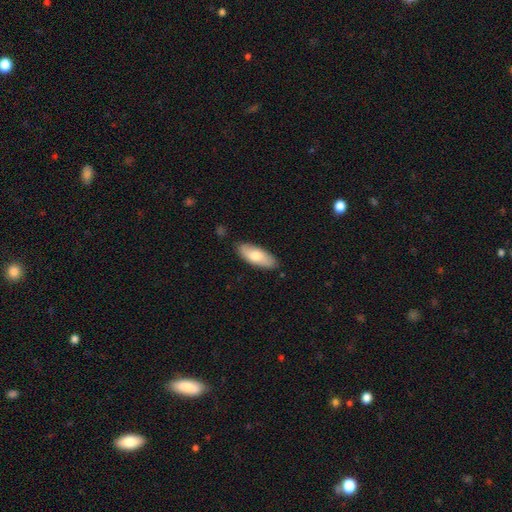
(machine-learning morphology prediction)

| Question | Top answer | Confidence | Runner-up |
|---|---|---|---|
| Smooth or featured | smooth | 74% | featured or disk (20%) |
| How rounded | in between | 79% | cigar-shaped (19%) |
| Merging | none | 83% | minor disturbance (13%) |